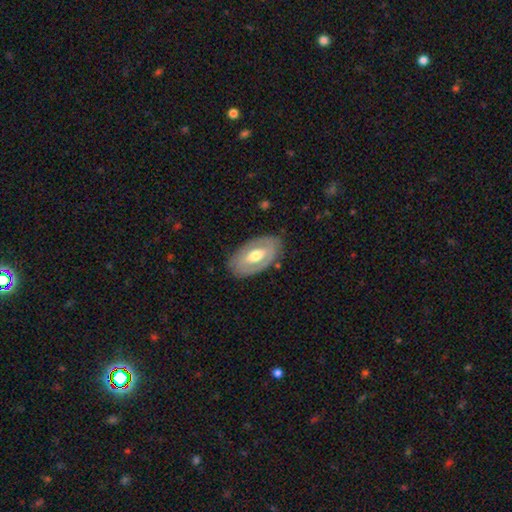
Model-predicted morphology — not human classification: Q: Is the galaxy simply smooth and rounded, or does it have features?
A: featured or disk — 57%.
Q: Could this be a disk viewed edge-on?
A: no — 88%.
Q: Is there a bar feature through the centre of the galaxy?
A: no — 48%.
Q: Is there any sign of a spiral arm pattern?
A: no — 72%.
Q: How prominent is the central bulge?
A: moderate — 70%.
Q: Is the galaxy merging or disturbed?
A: none — 81%.